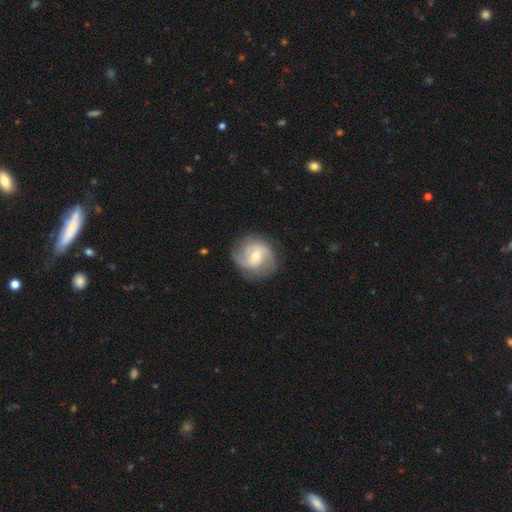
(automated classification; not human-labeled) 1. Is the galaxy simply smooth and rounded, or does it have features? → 77% featured or disk, 18% smooth, 6% star or artifact.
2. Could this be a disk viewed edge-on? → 98% no, 2% yes.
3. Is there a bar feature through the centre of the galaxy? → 50% no, 40% weak, 10% strong.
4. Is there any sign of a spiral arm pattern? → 92% yes, 8% no.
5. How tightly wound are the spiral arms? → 45% medium, 37% tight, 18% loose.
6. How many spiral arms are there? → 64% 2, 14% can't tell, 13% 3, 4% 1, 3% 4, 3% more than 4.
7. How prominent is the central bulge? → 61% moderate, 35% small, 3% large, 1% none, 1% dominant.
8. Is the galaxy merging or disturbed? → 77% none, 16% minor disturbance, 6% major disturbance, 1% merger.